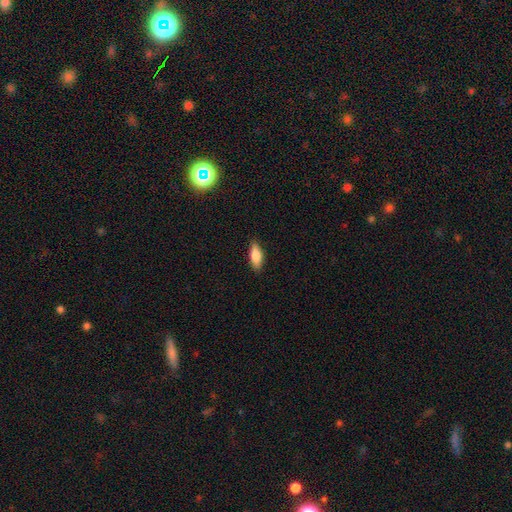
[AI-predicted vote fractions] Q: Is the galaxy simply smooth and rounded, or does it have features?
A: smooth — 81%.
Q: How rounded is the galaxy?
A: in between — 73%.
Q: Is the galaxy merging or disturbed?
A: none — 87%.